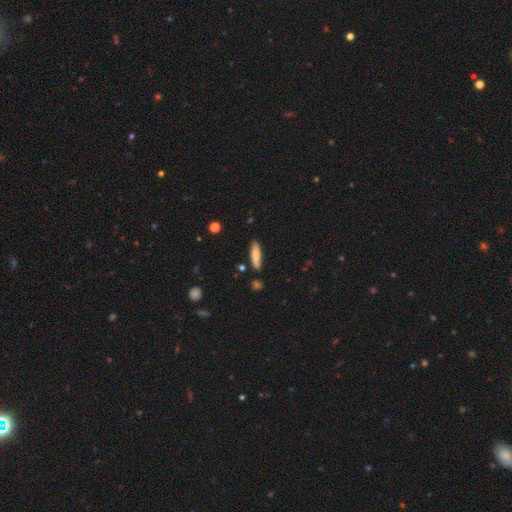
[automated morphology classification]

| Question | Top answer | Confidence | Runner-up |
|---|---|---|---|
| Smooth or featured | smooth | 79% | featured or disk (14%) |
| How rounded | cigar-shaped | 72% | in between (26%) |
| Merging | none | 84% | minor disturbance (12%) |